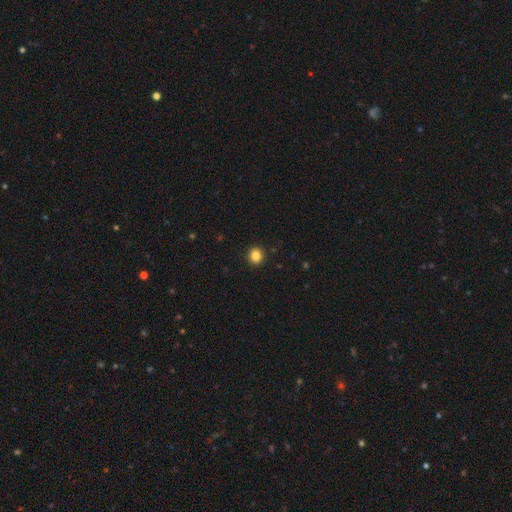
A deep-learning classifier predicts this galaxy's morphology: Smooth or featured: smooth — 85% (star or artifact — 11%)
How rounded: round — 82% (in between — 17%)
Merging: none — 92% (minor disturbance — 5%)